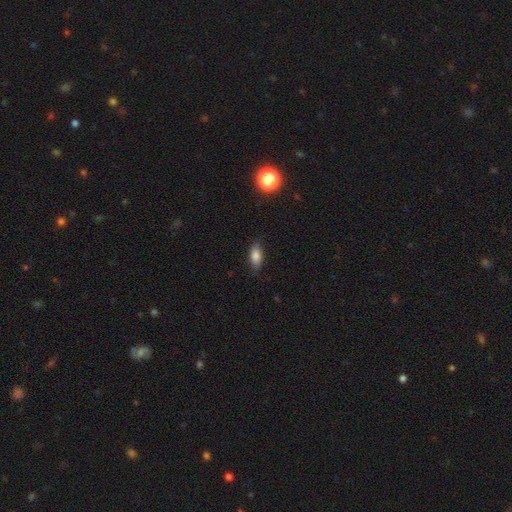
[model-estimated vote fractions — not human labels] Morphology: type=smooth (78%); roundness=in between (83%); merging=none (77%).